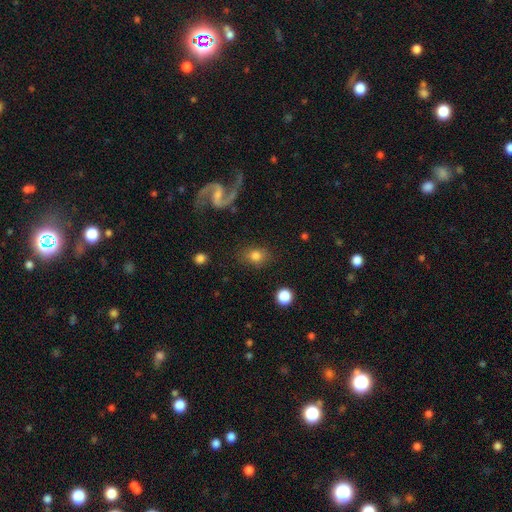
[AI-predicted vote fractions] Smooth or featured?
  - smooth: 73% *
  - featured or disk: 16%
  - star or artifact: 10%
How rounded?
  - in between: 56% *
  - round: 42%
  - cigar-shaped: 2%
Merging?
  - none: 79% *
  - minor disturbance: 13%
  - major disturbance: 6%
  - merger: 3%